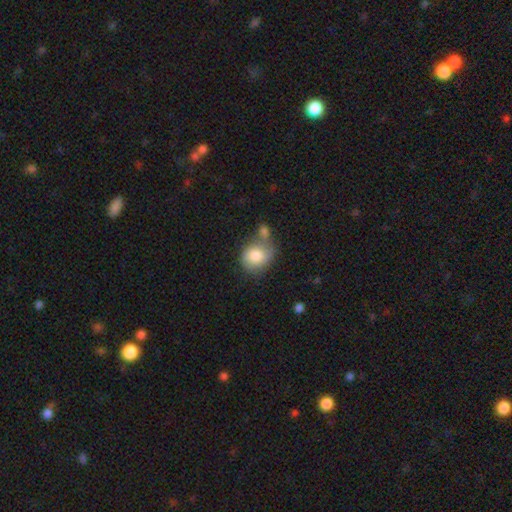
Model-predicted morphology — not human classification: Overall: smooth (80%). How rounded: round (67%; in between 32%). Merging: none (39%; merger 32%).